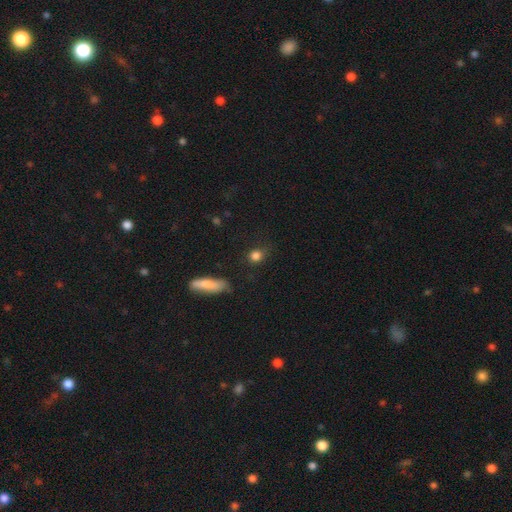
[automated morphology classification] smooth 83%, star or artifact 11%, featured or disk 6%. Down the decision tree: how rounded — round (74%); merging — none (77%).